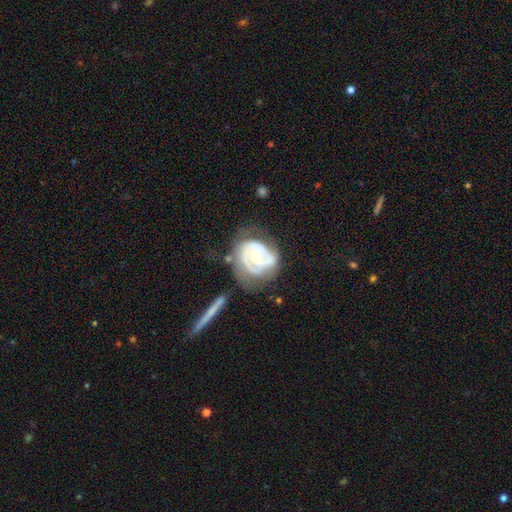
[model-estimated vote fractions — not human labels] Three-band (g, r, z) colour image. It shows a featured or disk galaxy (80%) with no bar (61%), 2 (49%) tight (65%) spiral arms (83%) and a moderate central bulge (52%). Merging: none (44%).